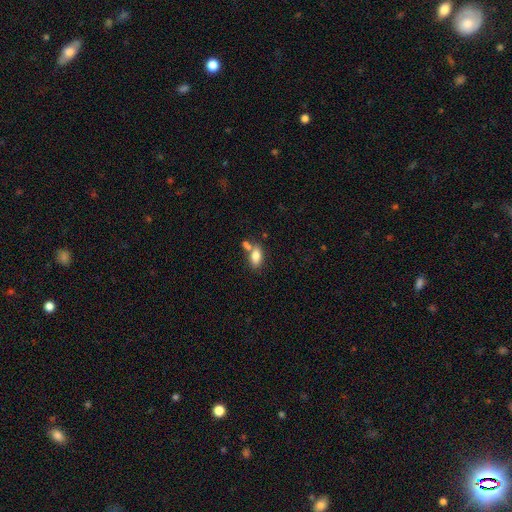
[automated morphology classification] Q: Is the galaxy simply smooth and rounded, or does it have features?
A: smooth — 78%.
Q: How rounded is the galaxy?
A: in between — 87%.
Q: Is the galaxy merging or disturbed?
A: none — 54%.